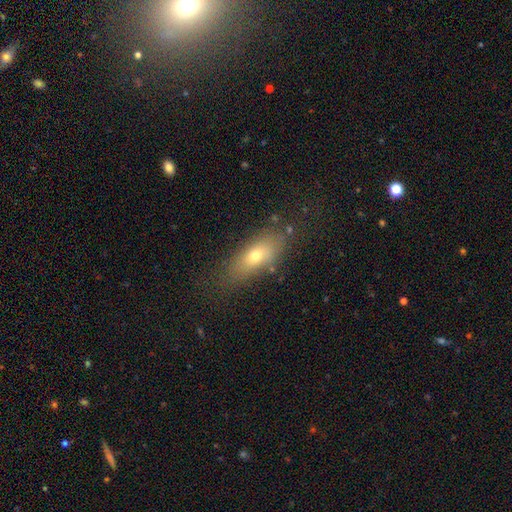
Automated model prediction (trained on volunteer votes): The model was most divided on "smooth or featured": smooth: 67%, featured or disk: 22%, star or artifact: 10%. More confident: merging — none (73%); how rounded — in between (72%).